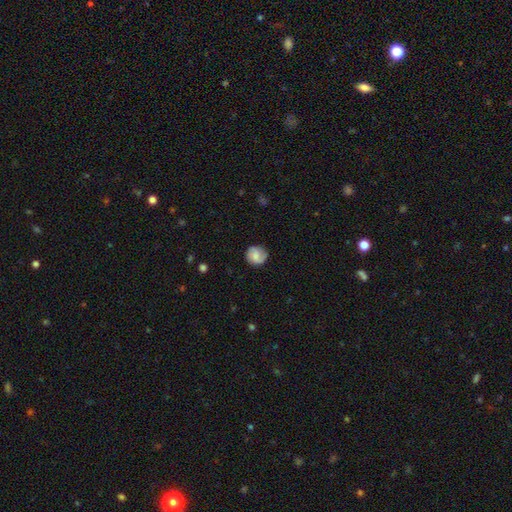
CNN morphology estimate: Q: Smooth or featured?
A: smooth (60%); runner-up: featured or disk (32%)
Q: How rounded?
A: round (87%); runner-up: in between (12%)
Q: Merging?
A: none (77%); runner-up: minor disturbance (17%)